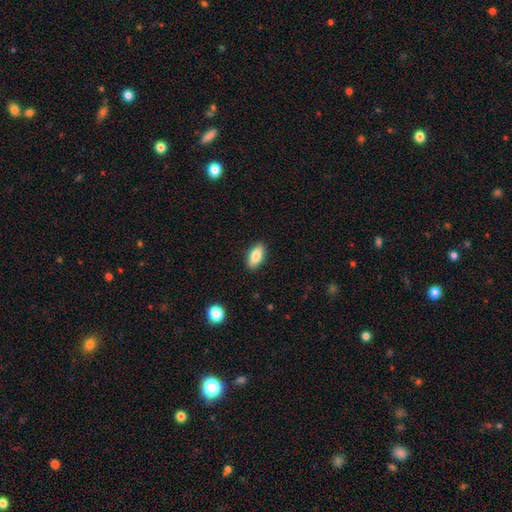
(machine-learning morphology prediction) Q: Smooth or featured?
A: smooth (83%); runner-up: featured or disk (10%)
Q: How rounded?
A: in between (87%); runner-up: cigar-shaped (10%)
Q: Merging?
A: none (89%); runner-up: minor disturbance (8%)